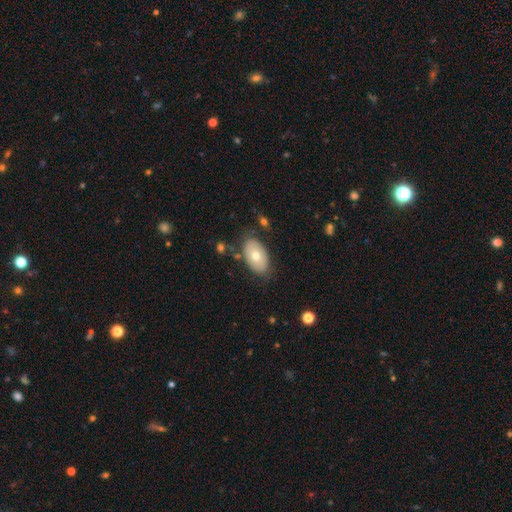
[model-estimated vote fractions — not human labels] Overall: smooth (66%; featured or disk 26%). How rounded: in between (92%). Merging: none (78%).